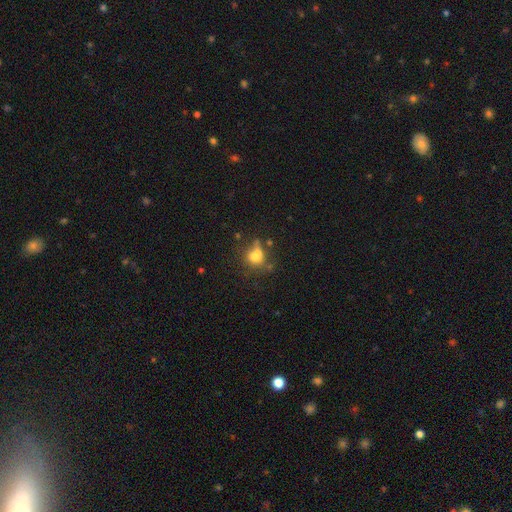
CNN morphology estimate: Smooth or featured? smooth (67%)
How rounded? round (63%)
Merging? none (39%)